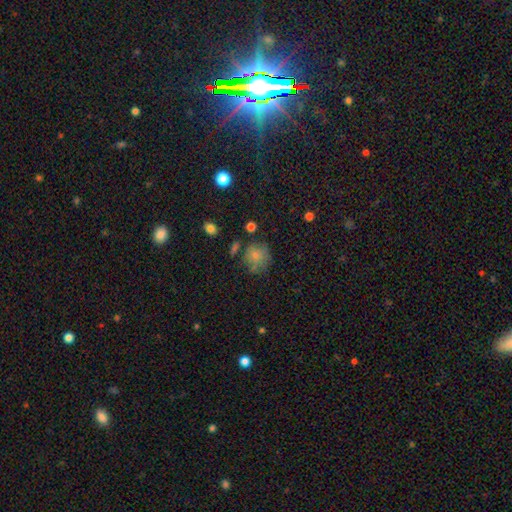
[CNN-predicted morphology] Smooth or featured: smooth — 75% (featured or disk — 13%)
How rounded: round — 82% (in between — 17%)
Merging: none — 59% (minor disturbance — 23%)